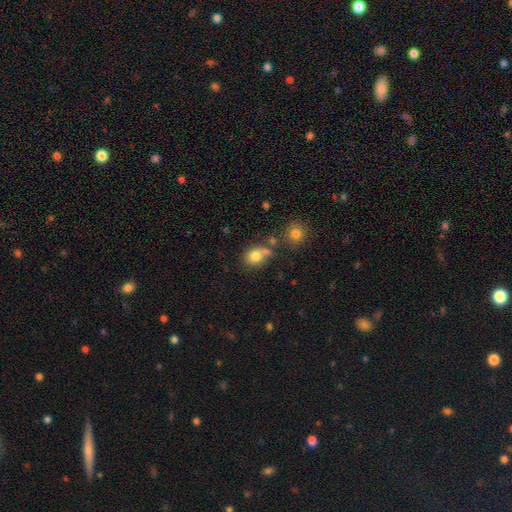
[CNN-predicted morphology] A smooth galaxy with no disk features (79%) that is round (60%). Merging: none (50%).